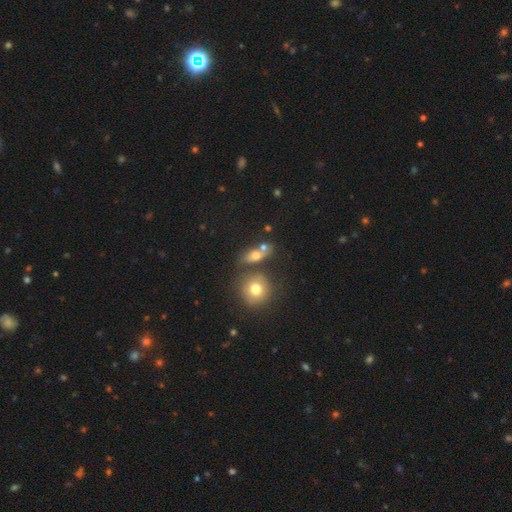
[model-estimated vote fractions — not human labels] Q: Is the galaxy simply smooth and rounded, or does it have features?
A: smooth — 69%.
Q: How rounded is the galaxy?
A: in between — 59%.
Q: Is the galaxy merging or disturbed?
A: none — 53%.